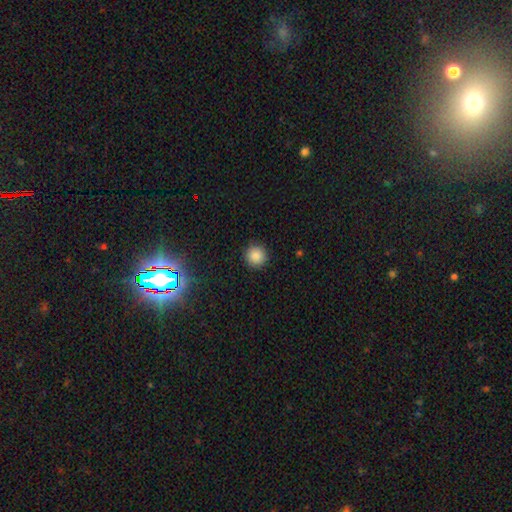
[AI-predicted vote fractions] A smooth galaxy with no disk features (86%) that is round (94%).

Vote fractions:
- Smooth or featured? smooth: 86% / star or artifact: 11% / featured or disk: 4%
- How rounded? round: 94% / in between: 5% / cigar-shaped: 1%
- Merging? none: 91% / minor disturbance: 6% / major disturbance: 2% / merger: 1%